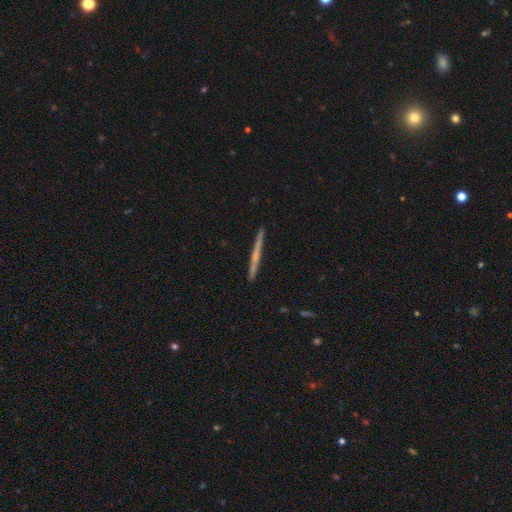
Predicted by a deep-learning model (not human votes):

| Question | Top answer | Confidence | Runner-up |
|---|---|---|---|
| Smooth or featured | featured or disk | 60% | smooth (34%) |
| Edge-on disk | yes | 98% | no (2%) |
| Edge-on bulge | none | 63% | rounded (31%) |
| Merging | none | 92% | minor disturbance (6%) |